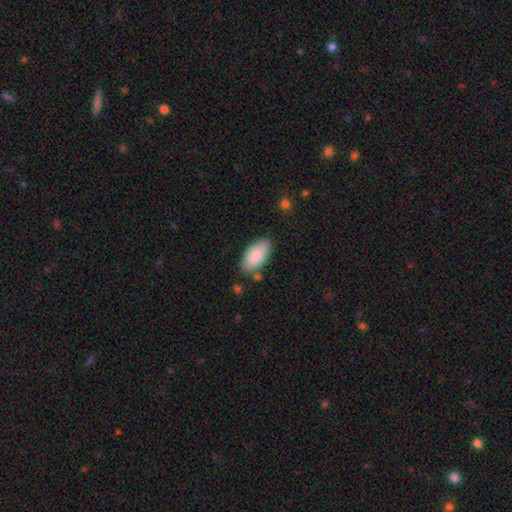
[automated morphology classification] smooth_or_featured: smooth (p=0.88) [alt: featured or disk p=0.06]
how_rounded: in between (p=0.94) [alt: cigar-shaped p=0.04]
merging: none (p=0.79) [alt: minor disturbance p=0.14]